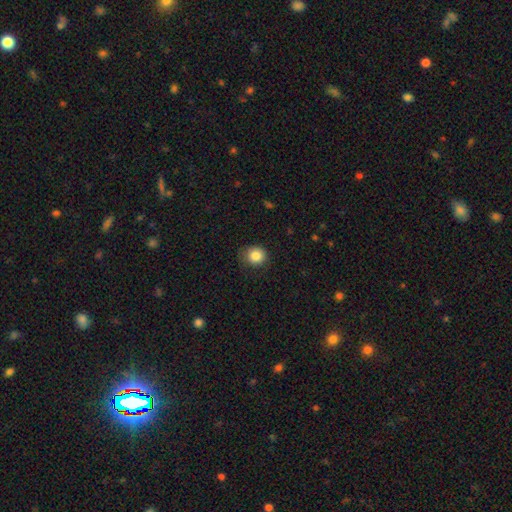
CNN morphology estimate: A smooth galaxy with no disk features (85%) that is round (82%). Merging: none (75%).